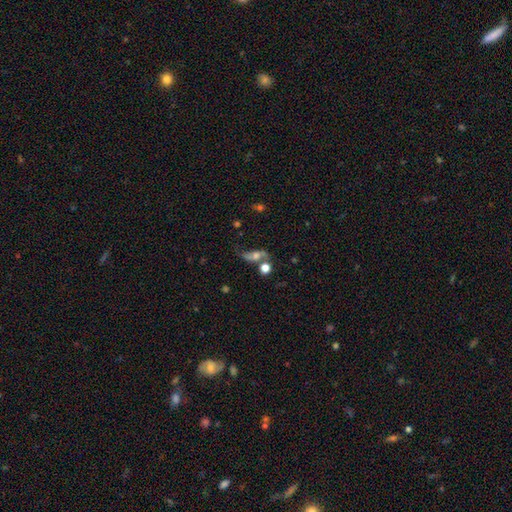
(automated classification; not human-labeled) Smooth or featured? Predicted: featured or disk (p=0.54). Edge-on disk? Predicted: no (p=0.89). Merging? Predicted: none (p=0.41).